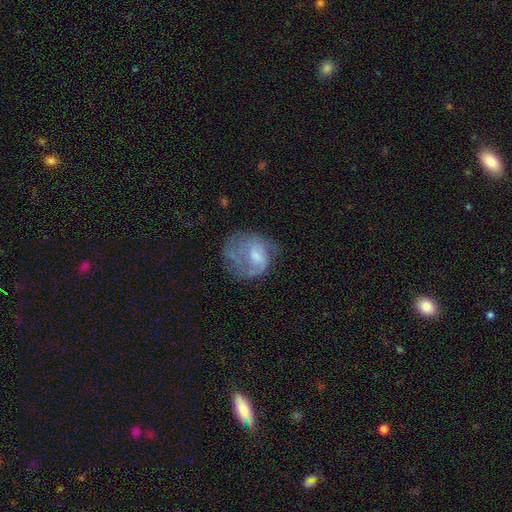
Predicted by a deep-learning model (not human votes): Smooth or featured? Predicted: featured or disk (p=0.50). Merging? Predicted: none (p=0.36).